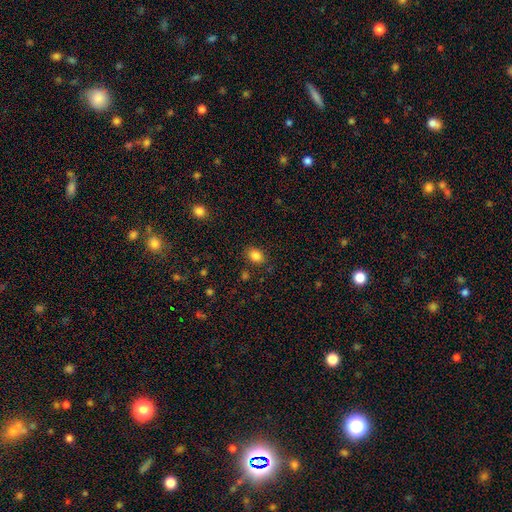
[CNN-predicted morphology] Smooth or featured: smooth — 85% (star or artifact — 10%)
How rounded: in between — 70% (round — 28%)
Merging: none — 83% (minor disturbance — 11%)